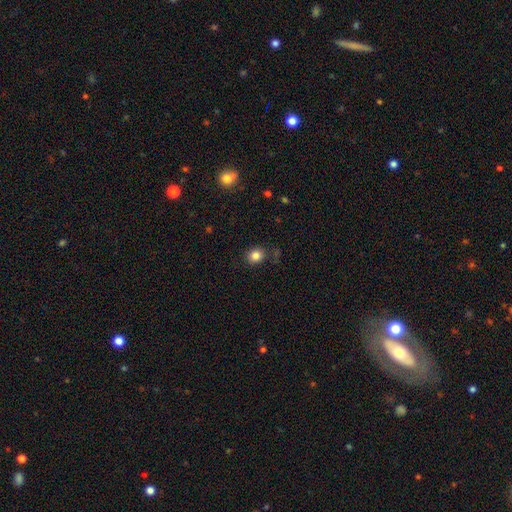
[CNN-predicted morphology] Smooth or featured? Predicted: smooth (p=0.83). How rounded? Predicted: round (p=0.69). Merging? Predicted: none (p=0.83).